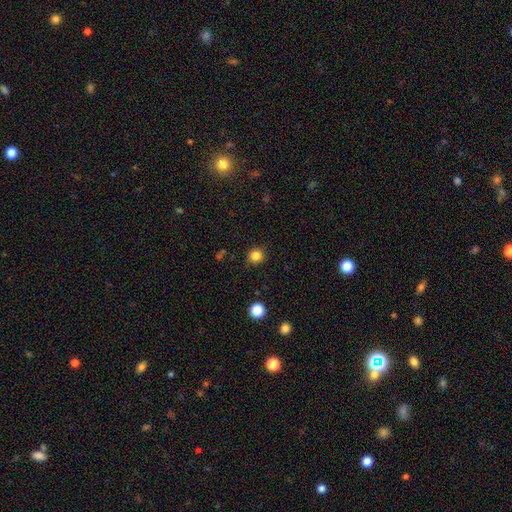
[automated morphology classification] Q: Smooth or featured?
A: smooth (83%); runner-up: star or artifact (13%)
Q: How rounded?
A: round (92%); runner-up: in between (7%)
Q: Merging?
A: none (89%); runner-up: minor disturbance (7%)